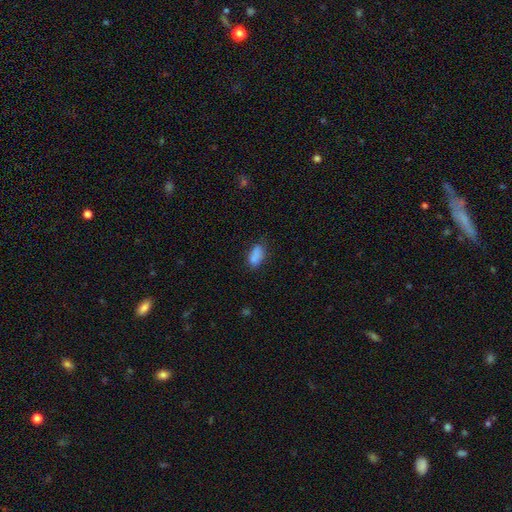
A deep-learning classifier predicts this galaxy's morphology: type=smooth (81%); roundness=in between (89%); merging=none (63%).